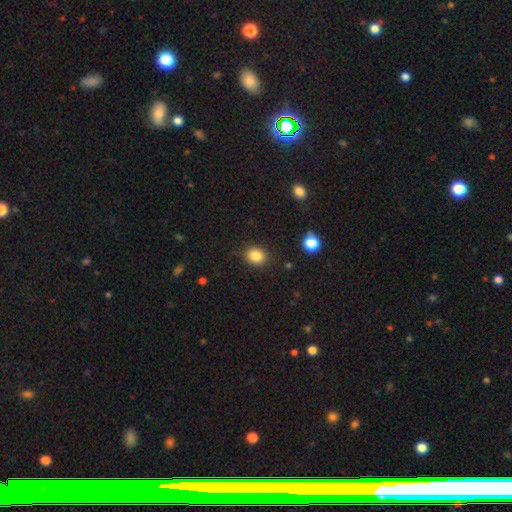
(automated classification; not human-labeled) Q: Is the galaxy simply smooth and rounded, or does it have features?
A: smooth — 85%.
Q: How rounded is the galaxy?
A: round — 61%.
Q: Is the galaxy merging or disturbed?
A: none — 87%.